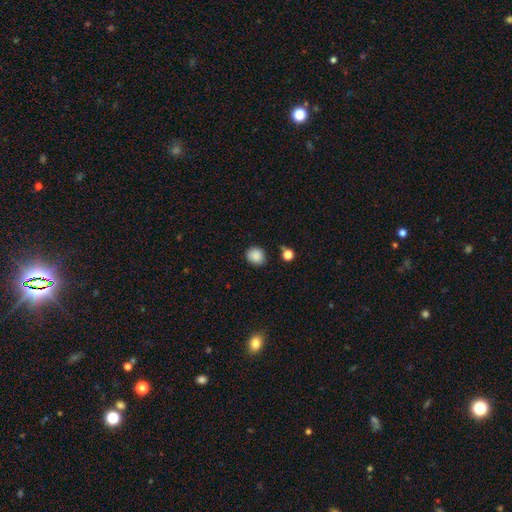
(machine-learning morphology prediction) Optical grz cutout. It shows a smooth galaxy with no disk features (87%) that is round (73%). Merging: none (82%).